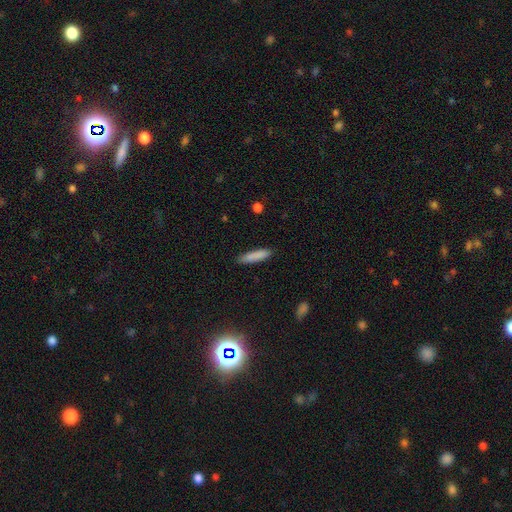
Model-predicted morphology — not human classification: smooth-or-featured: smooth: 86% | featured or disk: 8% | star or artifact: 6%
  how-rounded: cigar-shaped: 80% | in between: 19% | round: 1%
  merging: none: 86% | minor disturbance: 11% | major disturbance: 2% | merger: 1%